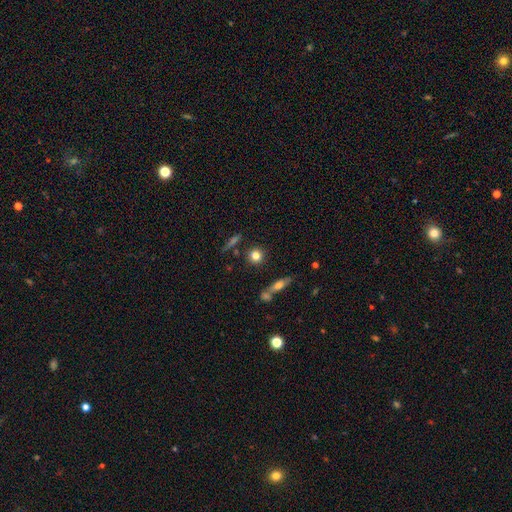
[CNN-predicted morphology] Smooth or featured? Predicted: smooth (p=0.78). How rounded? Predicted: round (p=0.85). Merging? Predicted: none (p=0.80).